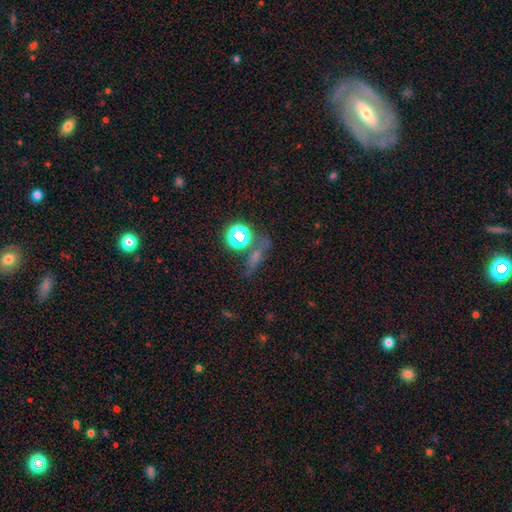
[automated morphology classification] This is marginally a star or artifact rather than a galaxy (44%).